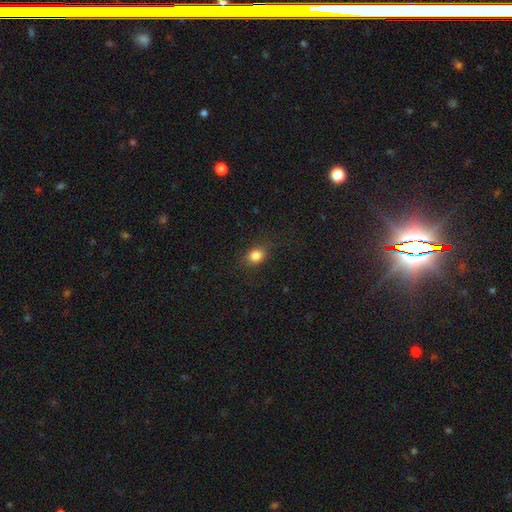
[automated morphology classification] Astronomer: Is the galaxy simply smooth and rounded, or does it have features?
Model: smooth — 84%.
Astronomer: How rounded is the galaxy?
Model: round — 54% (runner-up: in between, 45%).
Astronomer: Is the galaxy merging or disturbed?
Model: none — 85%.